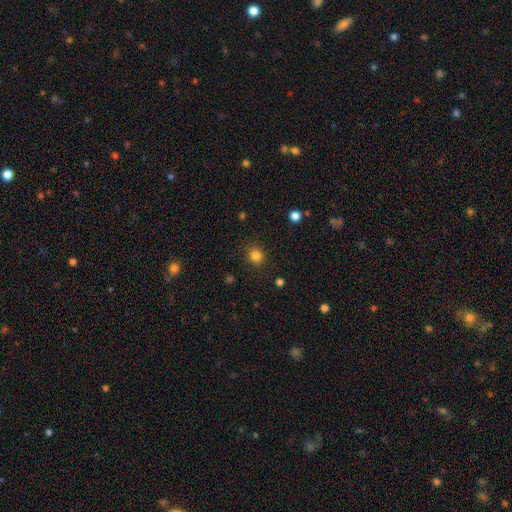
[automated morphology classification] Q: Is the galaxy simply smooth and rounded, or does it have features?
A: smooth — 83%.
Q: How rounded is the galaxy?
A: round — 86%.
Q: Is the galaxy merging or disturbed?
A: none — 89%.